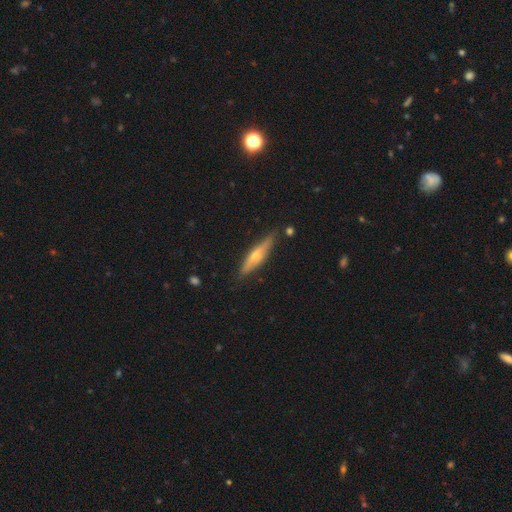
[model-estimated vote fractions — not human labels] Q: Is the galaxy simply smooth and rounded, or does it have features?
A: featured or disk — 61%.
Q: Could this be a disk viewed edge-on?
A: yes — 93%.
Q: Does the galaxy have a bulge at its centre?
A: rounded — 85%.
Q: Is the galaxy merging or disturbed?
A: none — 84%.